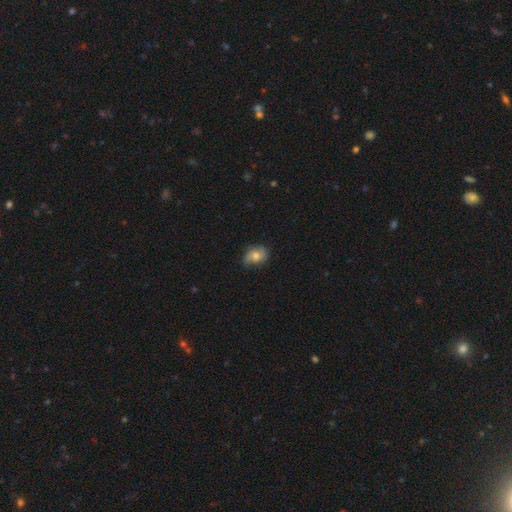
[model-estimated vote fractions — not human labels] Overall: smooth (59%; featured or disk 32%). How rounded: in between (60%; round 38%). Merging: none (62%; minor disturbance 30%).